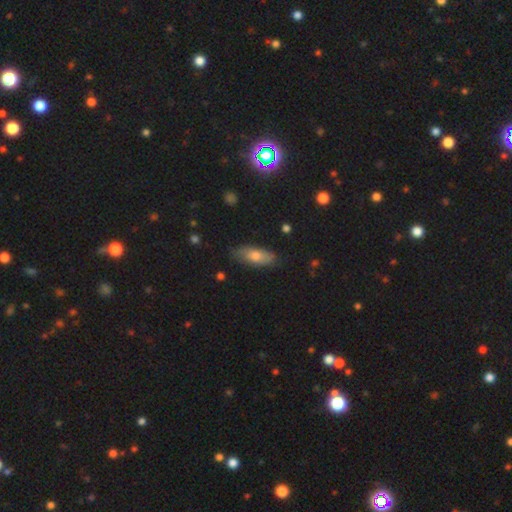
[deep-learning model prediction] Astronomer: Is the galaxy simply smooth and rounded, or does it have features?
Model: smooth — 70%.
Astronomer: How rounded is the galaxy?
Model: in between — 75%.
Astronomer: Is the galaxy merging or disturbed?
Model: none — 80%.